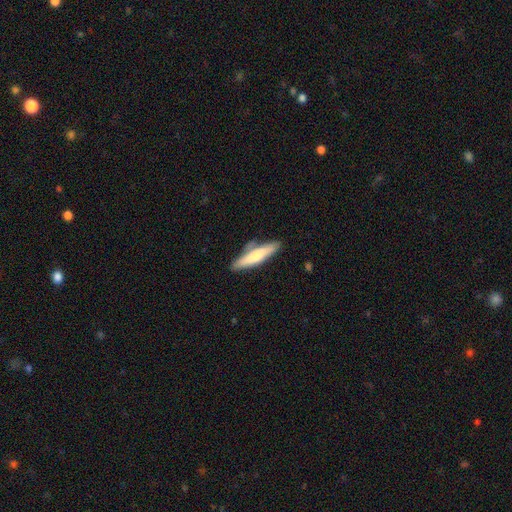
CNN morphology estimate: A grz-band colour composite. It shows a smooth galaxy with no disk features (66%) that is cigar-shaped (82%). Merging: none (75%).